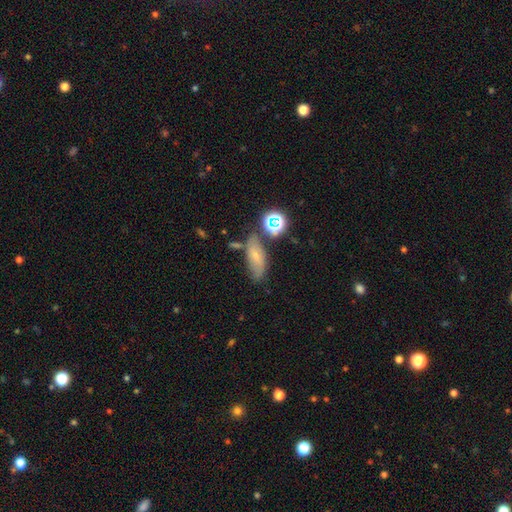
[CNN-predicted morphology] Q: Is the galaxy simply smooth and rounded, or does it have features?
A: smooth — 56%.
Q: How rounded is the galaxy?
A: in between — 68%.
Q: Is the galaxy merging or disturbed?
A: none — 58%.